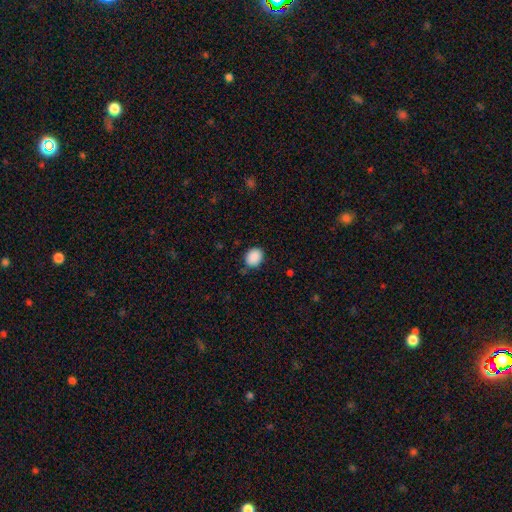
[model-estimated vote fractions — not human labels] Q: Smooth or featured?
A: smooth (89%); runner-up: star or artifact (8%)
Q: How rounded?
A: round (58%); runner-up: in between (41%)
Q: Merging?
A: none (82%); runner-up: minor disturbance (13%)